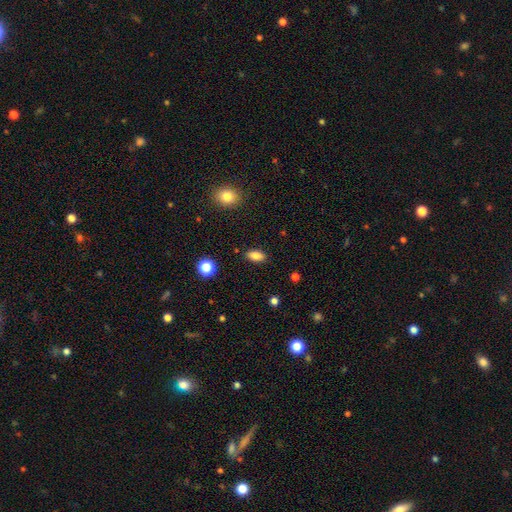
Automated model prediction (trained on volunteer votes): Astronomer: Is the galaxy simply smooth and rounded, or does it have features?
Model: smooth — 83%.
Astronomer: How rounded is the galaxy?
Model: in between — 88%.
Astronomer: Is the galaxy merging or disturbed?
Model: none — 88%.